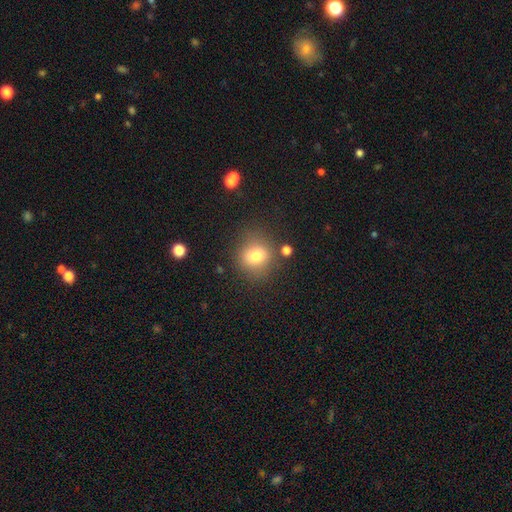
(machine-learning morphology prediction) The model was most divided on "how rounded": round: 80%, in between: 19%, cigar-shaped: 1%. More confident: merging — none (78%); smooth or featured — smooth (76%).